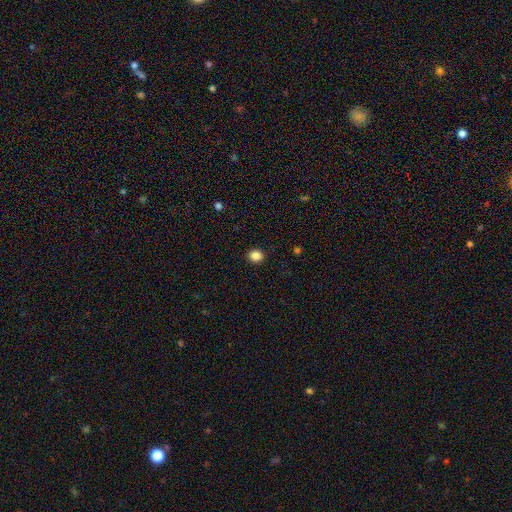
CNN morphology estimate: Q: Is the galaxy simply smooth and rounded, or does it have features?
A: smooth — 87%.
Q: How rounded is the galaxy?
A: round — 70%.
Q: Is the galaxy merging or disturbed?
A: none — 92%.